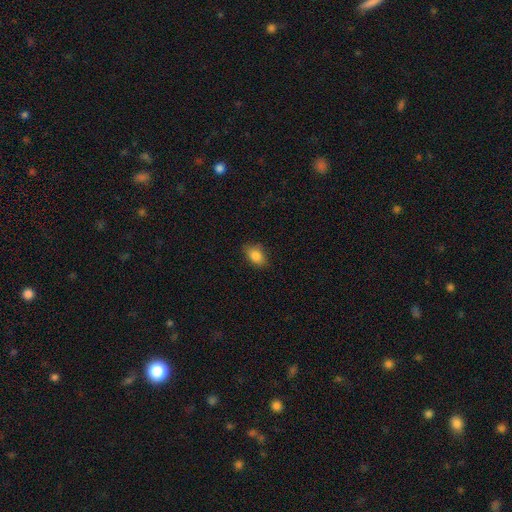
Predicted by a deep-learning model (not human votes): Smooth or featured? Predicted: smooth (p=0.85). How rounded? Predicted: in between (p=0.82). Merging? Predicted: none (p=0.81).